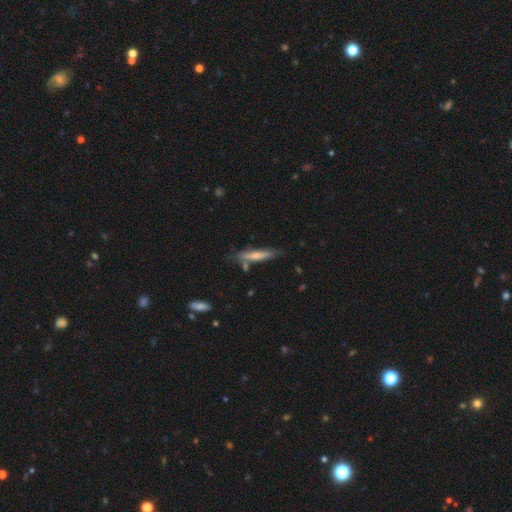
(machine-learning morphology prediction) Smooth or featured: smooth — 54% (featured or disk — 40%)
How rounded: cigar-shaped — 88% (in between — 10%)
Merging: none — 71% (minor disturbance — 19%)